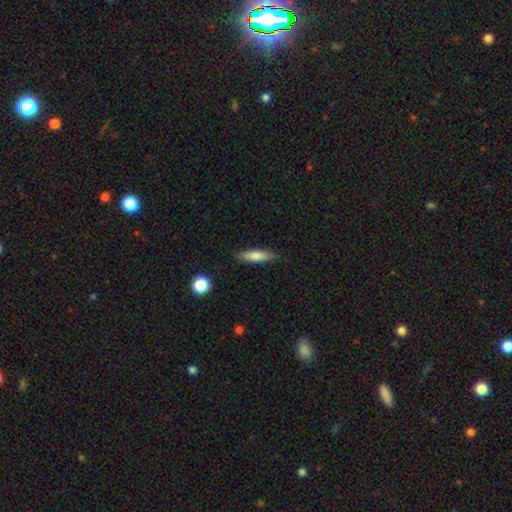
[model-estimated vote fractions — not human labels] Smooth or featured?
  - smooth: 75% *
  - featured or disk: 18%
  - star or artifact: 7%
How rounded?
  - cigar-shaped: 74% *
  - in between: 24%
  - round: 2%
Merging?
  - none: 84% *
  - minor disturbance: 12%
  - major disturbance: 2%
  - merger: 1%